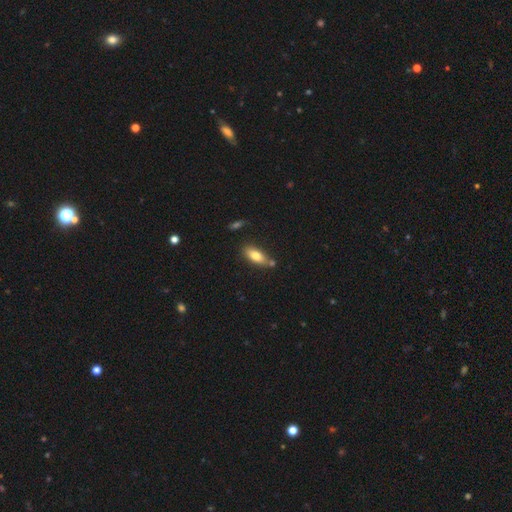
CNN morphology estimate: smooth 76%, featured or disk 17%, star or artifact 7%. Down the decision tree: how rounded — in between (80%); merging — none (69%).